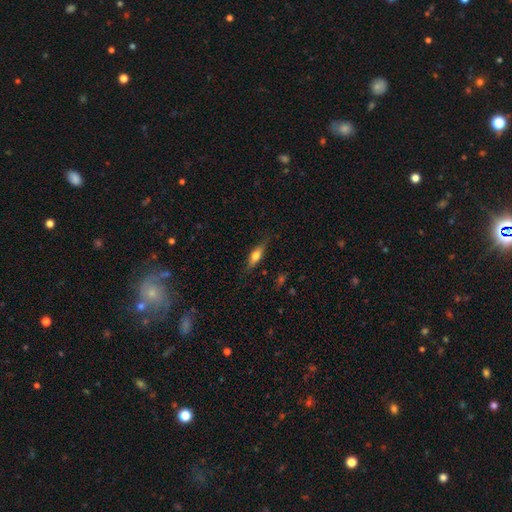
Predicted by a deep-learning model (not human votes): Smooth or featured: smooth — 56% (featured or disk — 37%)
How rounded: cigar-shaped — 51% (in between — 46%)
Merging: none — 80% (minor disturbance — 16%)